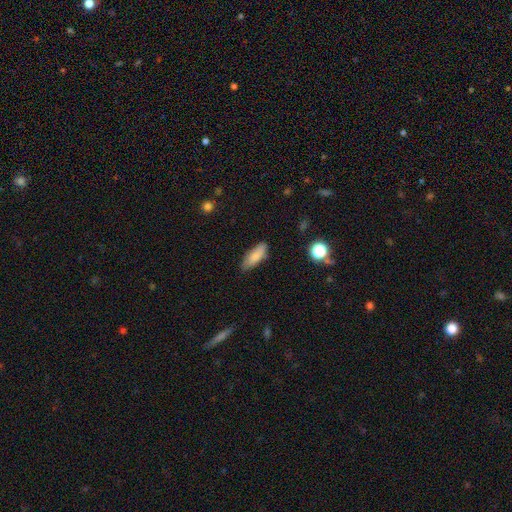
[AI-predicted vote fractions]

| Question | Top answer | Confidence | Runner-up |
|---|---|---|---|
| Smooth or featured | smooth | 83% | featured or disk (10%) |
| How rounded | in between | 65% | cigar-shaped (33%) |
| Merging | none | 80% | minor disturbance (15%) |